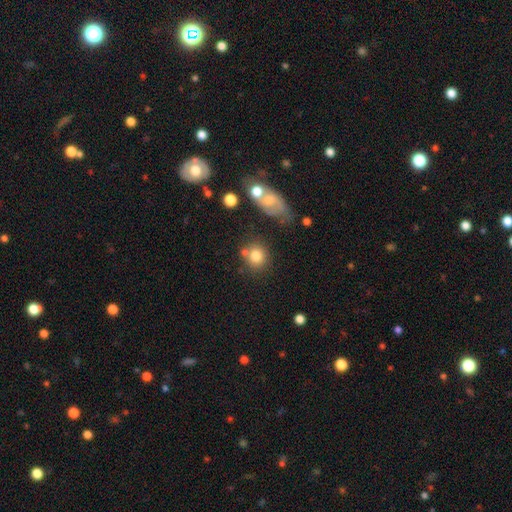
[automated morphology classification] smooth_or_featured: smooth (p=0.80) [alt: star or artifact p=0.10]
how_rounded: round (p=0.82) [alt: in between p=0.17]
merging: none (p=0.65) [alt: merger p=0.16]